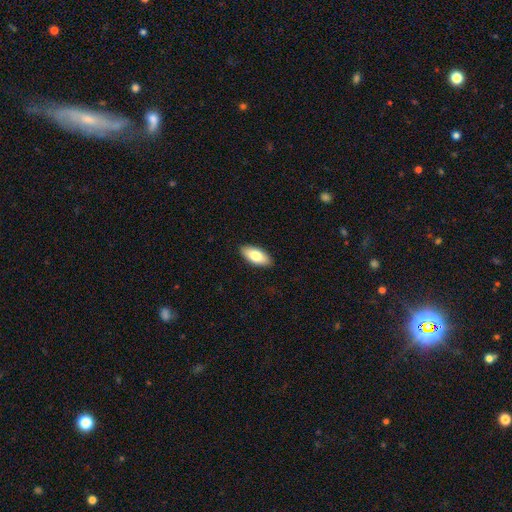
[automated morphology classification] This appears to be a smooth galaxy with no disk features (79%) that is in between round and cigar-shaped (89%). Merging: none (90%).